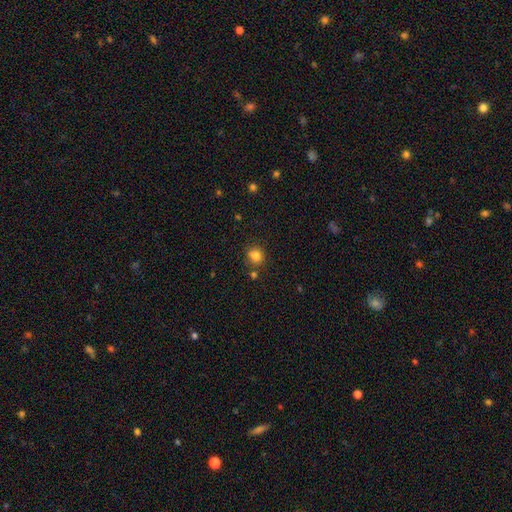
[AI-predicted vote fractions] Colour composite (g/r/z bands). It shows a smooth galaxy with no disk features (81%) that is round (78%). Merging: none (75%).